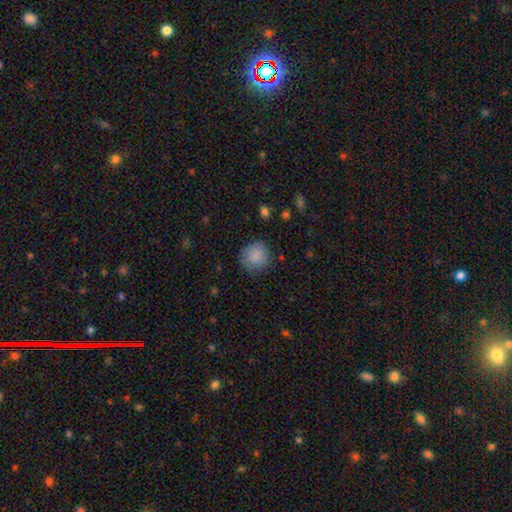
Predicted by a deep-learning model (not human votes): Overall: smooth (86%). How rounded: round (91%). Merging: none (83%).